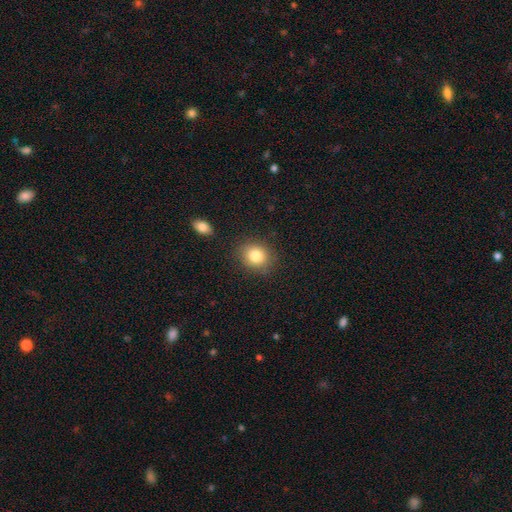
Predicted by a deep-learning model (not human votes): smooth 82%, star or artifact 10%, featured or disk 8%. Down the decision tree: how rounded — round (68%); merging — none (84%).